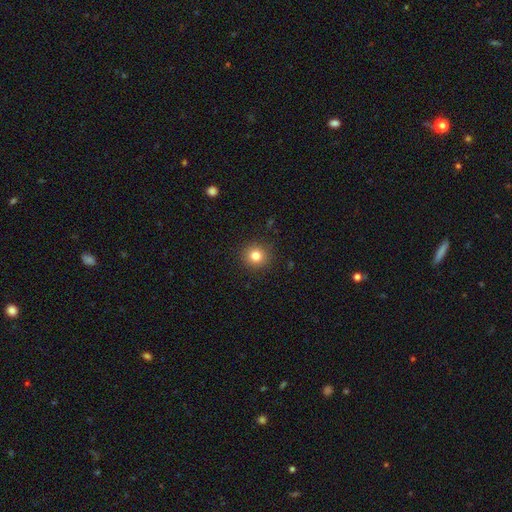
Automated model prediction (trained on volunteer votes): smooth 81%, star or artifact 12%, featured or disk 7%. Down the decision tree: how rounded — round (92%); merging — none (91%).